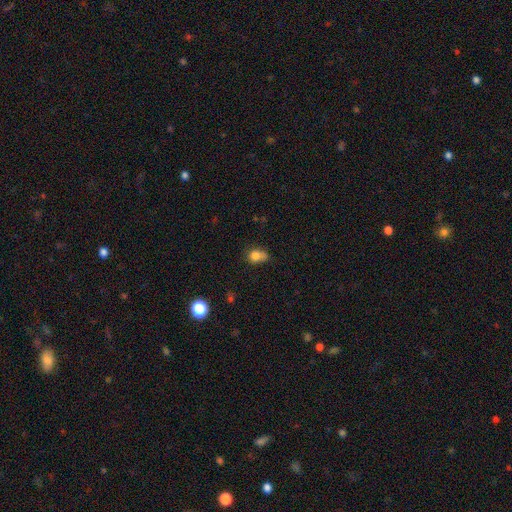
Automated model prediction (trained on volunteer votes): A smooth galaxy with no disk features (79%) that is in between round and cigar-shaped (51%).

Vote fractions:
- Smooth or featured? smooth: 79% / star or artifact: 12% / featured or disk: 9%
- How rounded? in between: 51% / round: 48% / cigar-shaped: 2%
- Merging? none: 40% / minor disturbance: 36% / major disturbance: 14% / merger: 10%